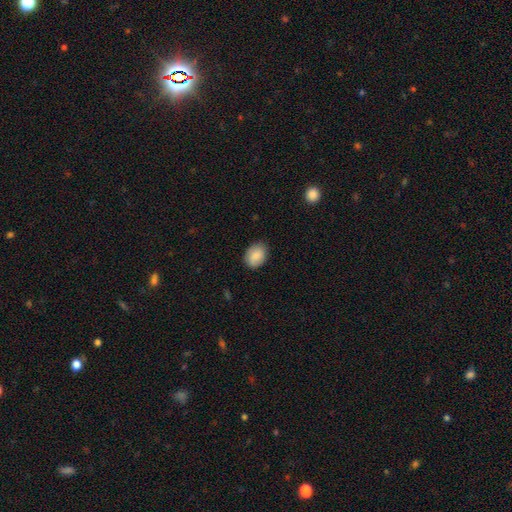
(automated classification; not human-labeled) Smooth or featured: smooth — 86% (featured or disk — 7%)
How rounded: in between — 74% (round — 25%)
Merging: none — 83% (minor disturbance — 13%)